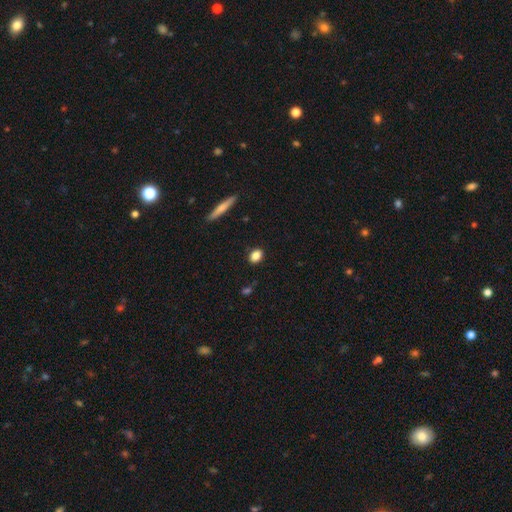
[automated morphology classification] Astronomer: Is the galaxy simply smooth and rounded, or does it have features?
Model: smooth — 85%.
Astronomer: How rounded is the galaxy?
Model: in between — 64%.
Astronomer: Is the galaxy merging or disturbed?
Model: none — 88%.